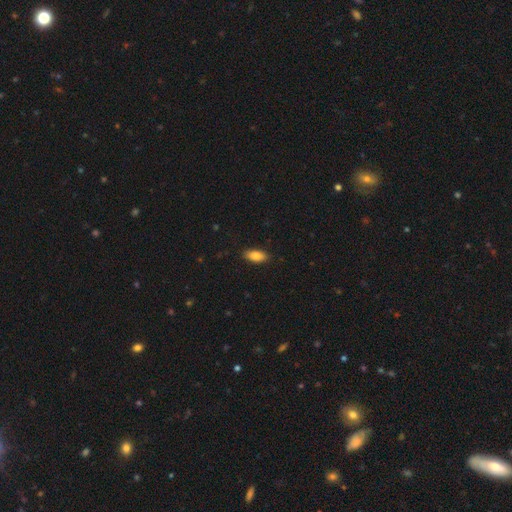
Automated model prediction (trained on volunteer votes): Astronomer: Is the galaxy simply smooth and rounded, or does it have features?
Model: smooth — 84%.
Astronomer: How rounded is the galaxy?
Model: in between — 89%.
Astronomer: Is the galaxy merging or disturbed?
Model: none — 88%.